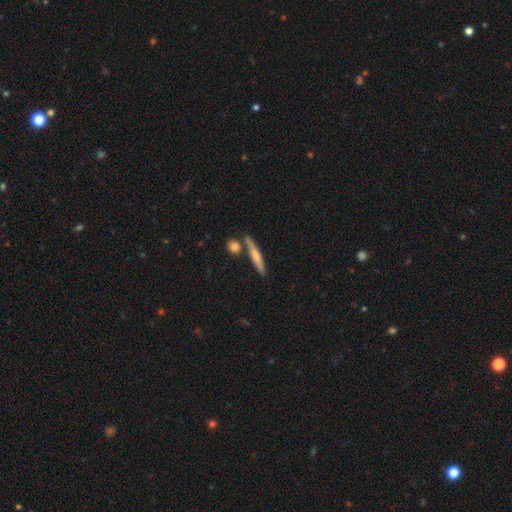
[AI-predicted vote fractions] Smooth or featured: smooth — 58% (featured or disk — 36%)
How rounded: cigar-shaped — 90% (in between — 7%)
Merging: none — 76% (merger — 11%)